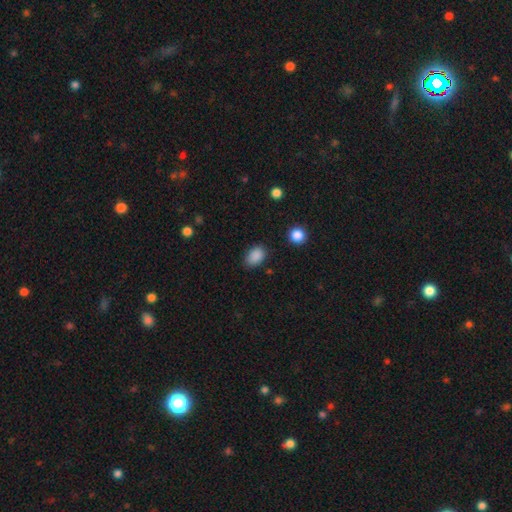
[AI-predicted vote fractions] Smooth or featured? smooth (87%)
How rounded? in between (80%)
Merging? none (80%)